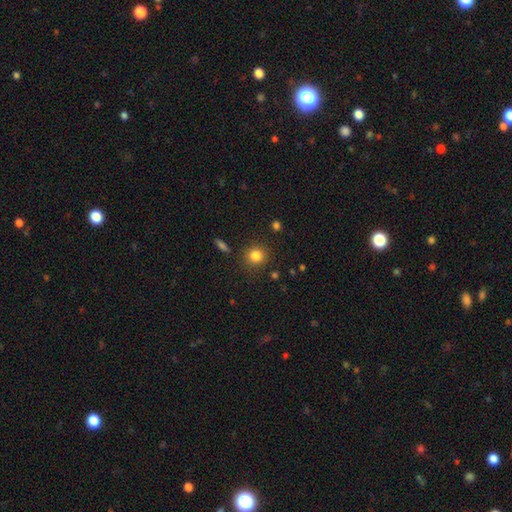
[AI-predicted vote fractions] Smooth or featured? Predicted: smooth (p=0.83). How rounded? Predicted: round (p=0.87). Merging? Predicted: none (p=0.87).